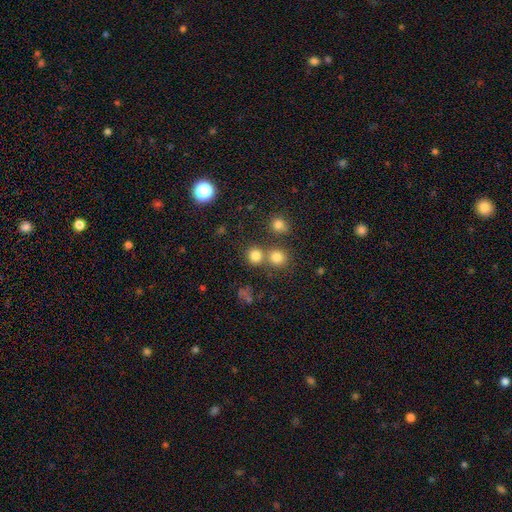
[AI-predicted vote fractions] A smooth galaxy with no disk features (78%) that is round (89%). Merging: none (64%).